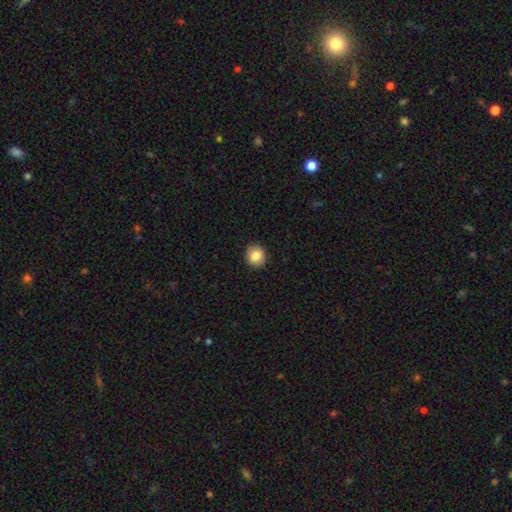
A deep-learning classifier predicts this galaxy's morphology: smooth_or_featured: smooth (p=0.84) [alt: star or artifact p=0.08]
how_rounded: round (p=0.78) [alt: in between p=0.21]
merging: none (p=0.90) [alt: minor disturbance p=0.07]